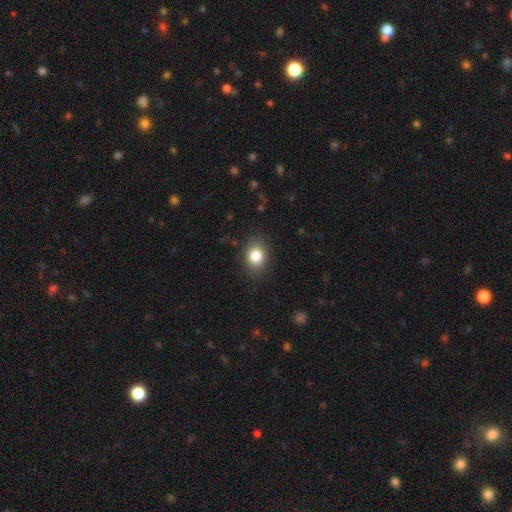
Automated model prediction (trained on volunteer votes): Smooth or featured: smooth — 83% (star or artifact — 10%)
How rounded: in between — 50% (round — 49%)
Merging: none — 85% (minor disturbance — 11%)